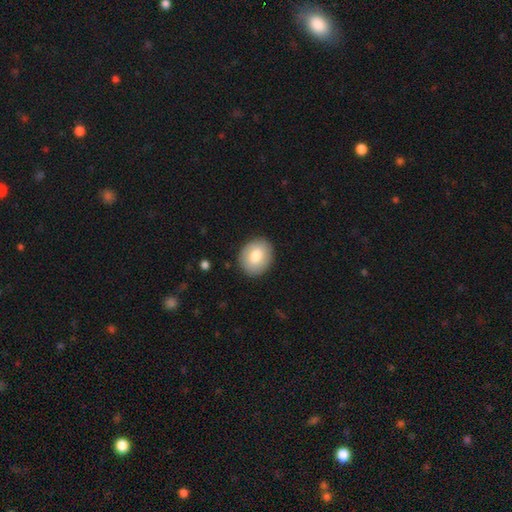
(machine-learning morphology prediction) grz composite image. It shows a smooth galaxy with no disk features (79%) that is round (59%). Merging: none (88%).